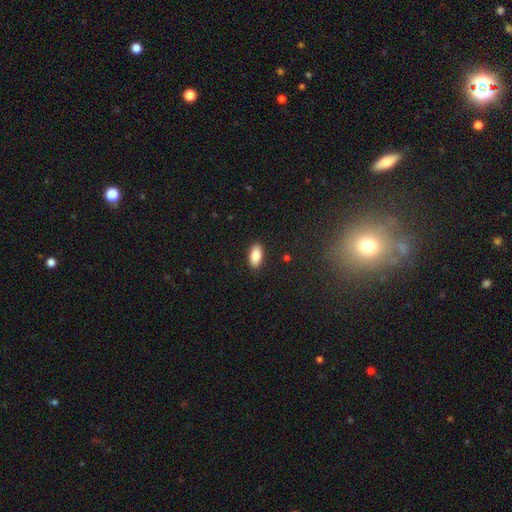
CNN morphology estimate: This is clearly a smooth galaxy (84%). How rounded: clearly in between (91%). Merging: clearly none (89%).